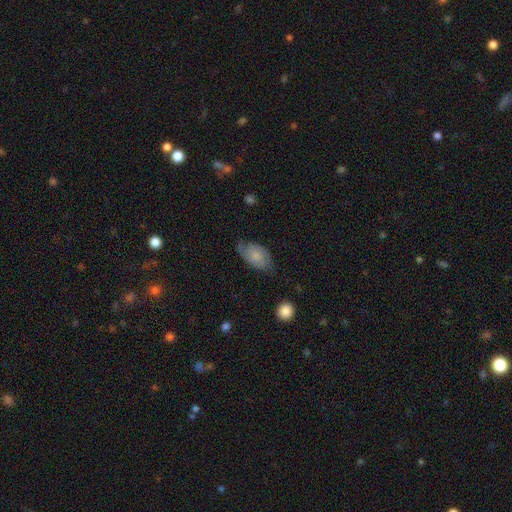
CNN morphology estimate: Smooth or featured: smooth — 55% (featured or disk — 38%)
How rounded: in between — 92% (round — 6%)
Merging: none — 59% (minor disturbance — 30%)